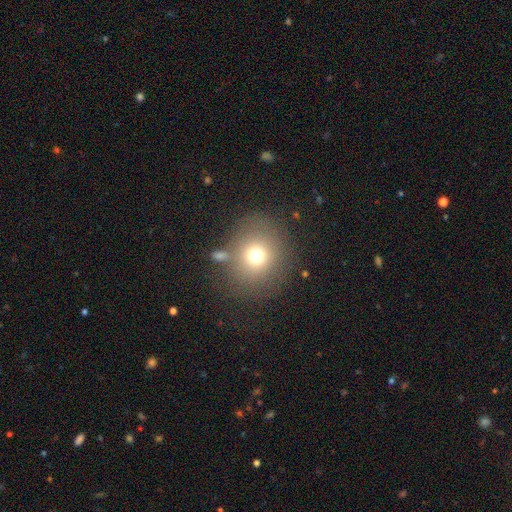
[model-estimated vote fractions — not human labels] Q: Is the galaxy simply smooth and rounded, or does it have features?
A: smooth — 71%.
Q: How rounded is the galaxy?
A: round — 82%.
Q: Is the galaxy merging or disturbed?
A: none — 74%.